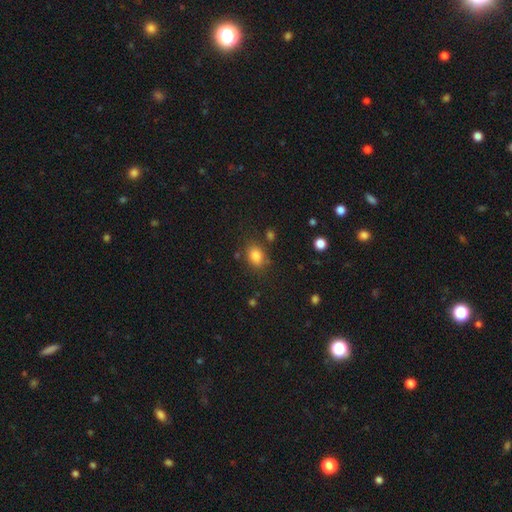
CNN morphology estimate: This appears to be a smooth galaxy with no disk features (83%) that is in between round and cigar-shaped (64%). Merging: none (75%).